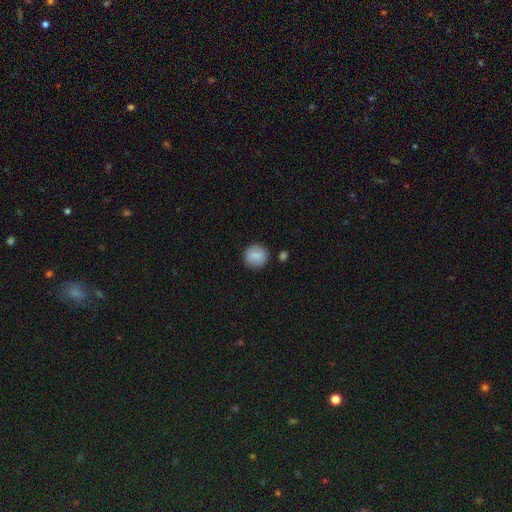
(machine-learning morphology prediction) Smooth or featured?
  - smooth: 84% *
  - featured or disk: 8%
  - star or artifact: 8%
How rounded?
  - round: 84% *
  - in between: 15%
  - cigar-shaped: 1%
Merging?
  - none: 85% *
  - minor disturbance: 9%
  - merger: 3%
  - major disturbance: 3%